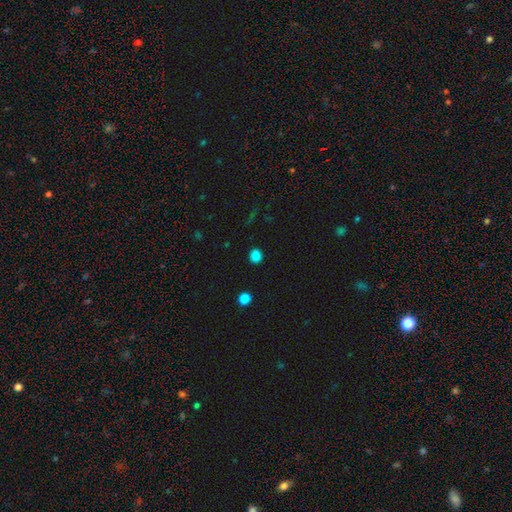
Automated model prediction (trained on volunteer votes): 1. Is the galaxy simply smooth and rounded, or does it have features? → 83% smooth, 14% star or artifact, 3% featured or disk.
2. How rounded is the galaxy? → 71% round, 27% in between, 1% cigar-shaped.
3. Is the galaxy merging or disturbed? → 88% none, 8% minor disturbance, 2% major disturbance, 1% merger.